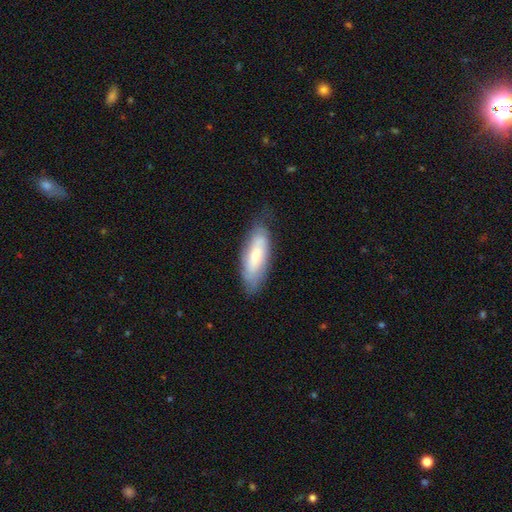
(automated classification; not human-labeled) smooth-or-featured: smooth: 56% | featured or disk: 38% | star or artifact: 6%
  how-rounded: in between: 65% | cigar-shaped: 33% | round: 2%
  merging: none: 69% | minor disturbance: 23% | major disturbance: 6% | merger: 1%